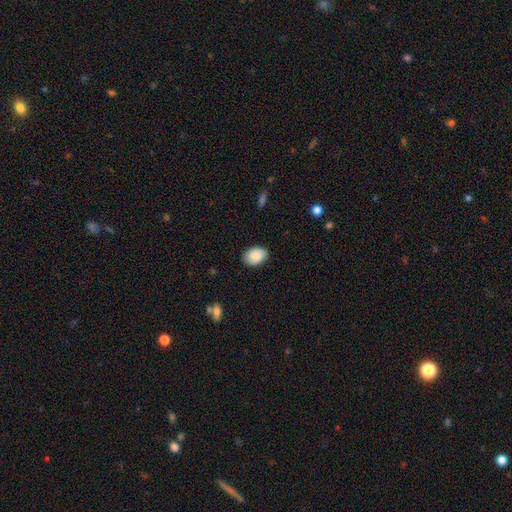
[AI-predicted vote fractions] smooth 89%, star or artifact 6%, featured or disk 5%. Down the decision tree: how rounded — in between (84%); merging — none (86%).